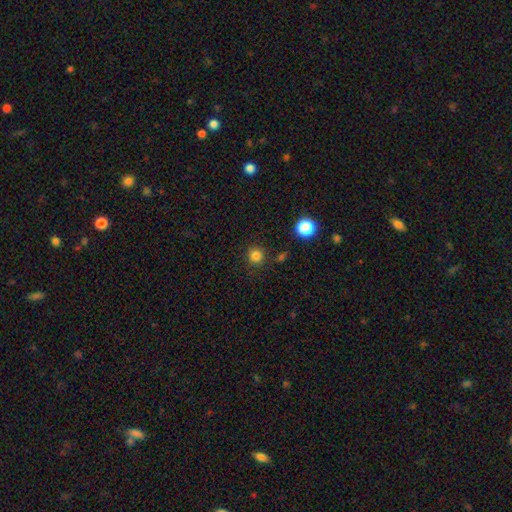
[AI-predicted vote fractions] smooth_or_featured: smooth (p=0.82) [alt: star or artifact p=0.14]
how_rounded: round (p=0.93) [alt: in between p=0.06]
merging: none (p=0.87) [alt: minor disturbance p=0.07]